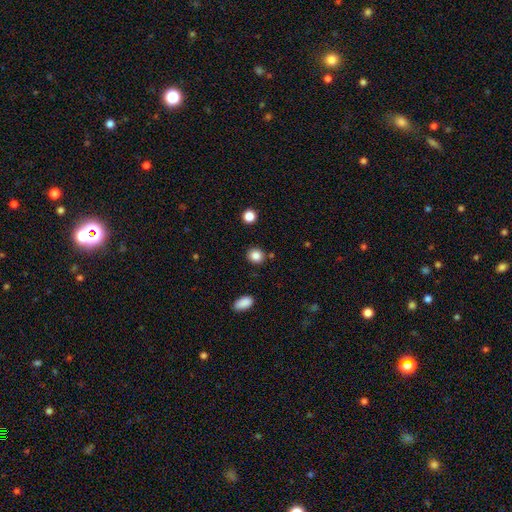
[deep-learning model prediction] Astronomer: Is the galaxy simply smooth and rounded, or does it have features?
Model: smooth — 85%.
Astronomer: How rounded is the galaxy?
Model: round — 81%.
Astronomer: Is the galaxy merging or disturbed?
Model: none — 87%.